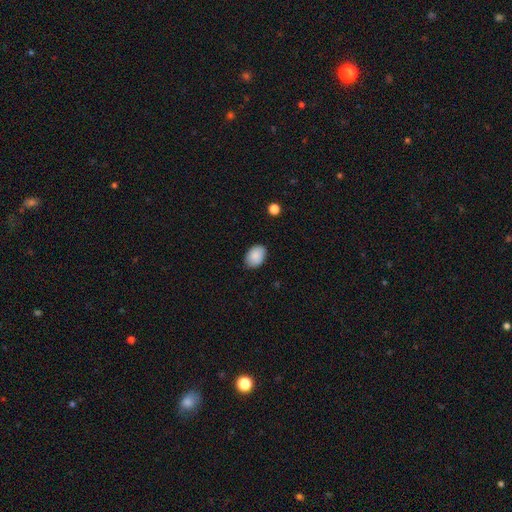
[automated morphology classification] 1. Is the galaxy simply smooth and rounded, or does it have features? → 89% smooth, 7% star or artifact, 4% featured or disk.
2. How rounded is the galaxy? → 81% in between, 18% round, 1% cigar-shaped.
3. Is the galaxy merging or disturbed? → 86% none, 11% minor disturbance, 2% major disturbance, 1% merger.